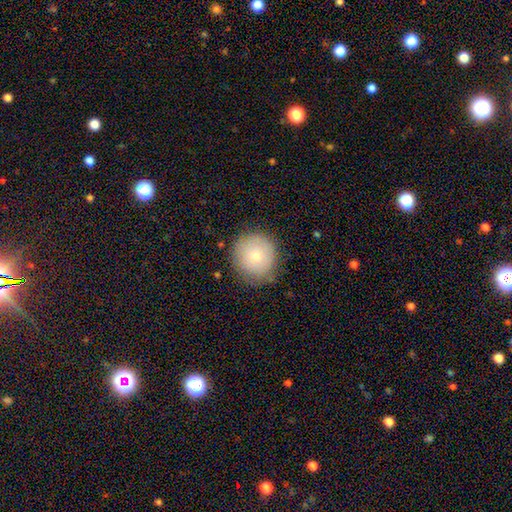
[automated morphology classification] Smooth or featured? Predicted: smooth (p=0.75). How rounded? Predicted: round (p=0.92). Merging? Predicted: none (p=0.78).